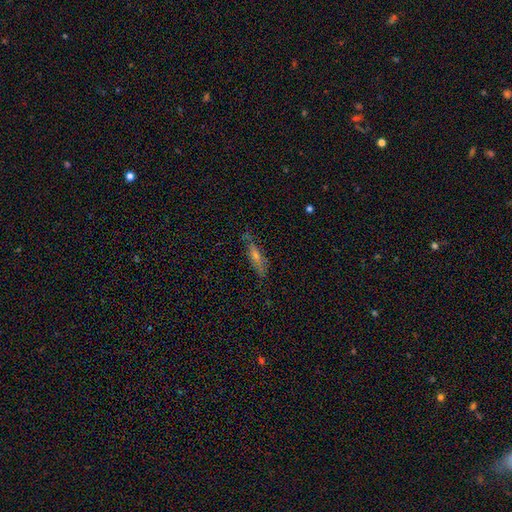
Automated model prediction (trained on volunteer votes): smooth_or_featured: featured or disk (p=0.50) [alt: smooth p=0.35]
merging: none (p=0.74) [alt: minor disturbance p=0.18]